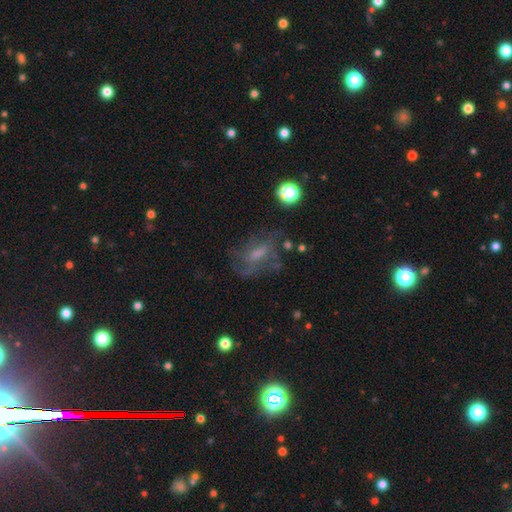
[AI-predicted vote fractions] smooth-or-featured: featured or disk: 56% | smooth: 27% | star or artifact: 17%
  disk-edge-on: no: 92% | yes: 8%
    bar: weak: 44% (tied) | no: 44% (tied) | strong: 12%
    has-spiral-arms: yes: 65% | no: 35%
    bulge-size: moderate: 38% | small: 36% | none: 19% | large: 6% | dominant: 1%
  merging: none: 57% | minor disturbance: 21% | major disturbance: 19% | merger: 3%